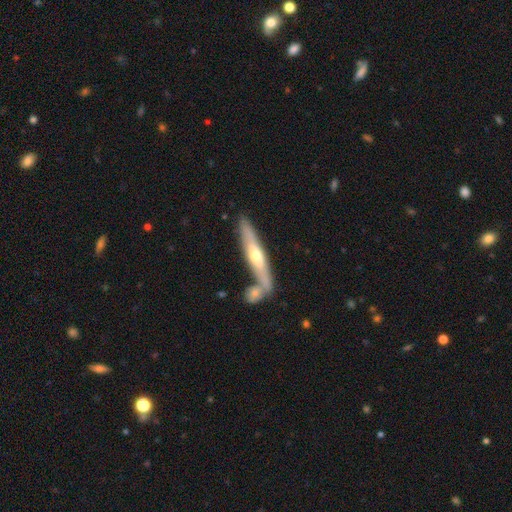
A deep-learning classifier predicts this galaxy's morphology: This is possibly a featured or disk galaxy (60%). It is clearly viewed edge-on (86%). Edge-on bulge: clearly rounded (83%). Merging: likely none (64%).